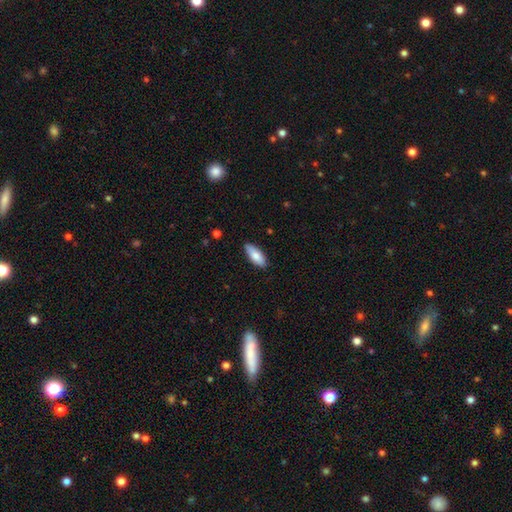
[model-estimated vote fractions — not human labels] A smooth galaxy with no disk features (82%) that is in between round and cigar-shaped (74%). Merging: none (86%).